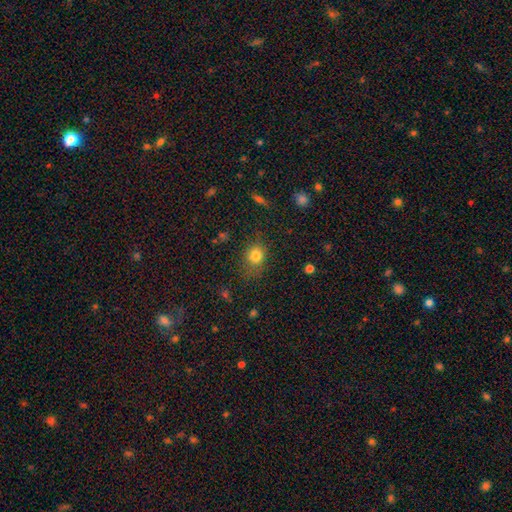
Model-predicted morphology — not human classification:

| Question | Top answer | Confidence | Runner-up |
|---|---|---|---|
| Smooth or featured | smooth | 80% | star or artifact (13%) |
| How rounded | round | 69% | in between (30%) |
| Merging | none | 74% | minor disturbance (17%) |